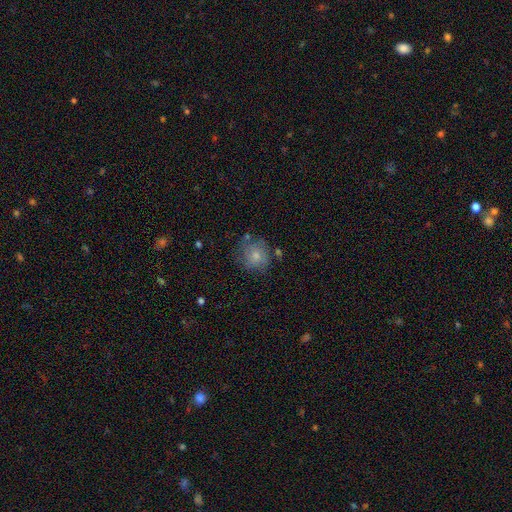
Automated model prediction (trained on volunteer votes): Smooth or featured? Predicted: smooth (p=0.70). How rounded? Predicted: round (p=0.84). Merging? Predicted: none (p=0.64).